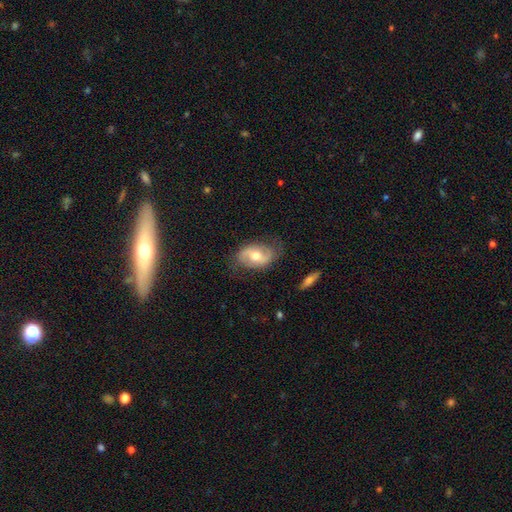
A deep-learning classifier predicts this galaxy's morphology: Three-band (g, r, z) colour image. It shows a featured or disk galaxy (68%) with a weak bar (43%), 2 (87%) loose (43%) spiral arms (84%) and a moderate central bulge (73%). Merging: none (74%).